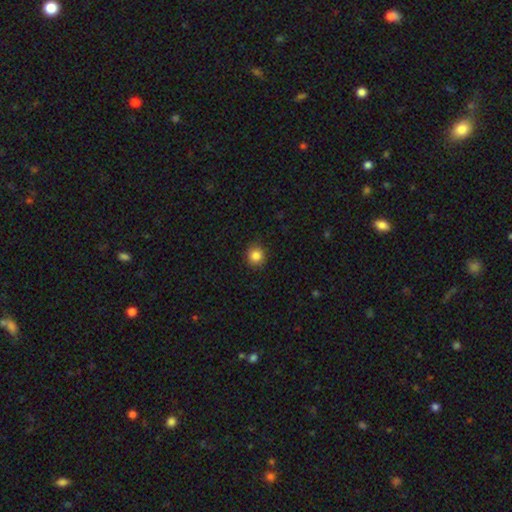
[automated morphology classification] A smooth galaxy with no disk features (86%) that is round (91%).

Vote fractions:
- Smooth or featured? smooth: 86% / star or artifact: 10% / featured or disk: 4%
- How rounded? round: 91% / in between: 8% / cigar-shaped: 1%
- Merging? none: 90% / minor disturbance: 7% / major disturbance: 2% / merger: 1%